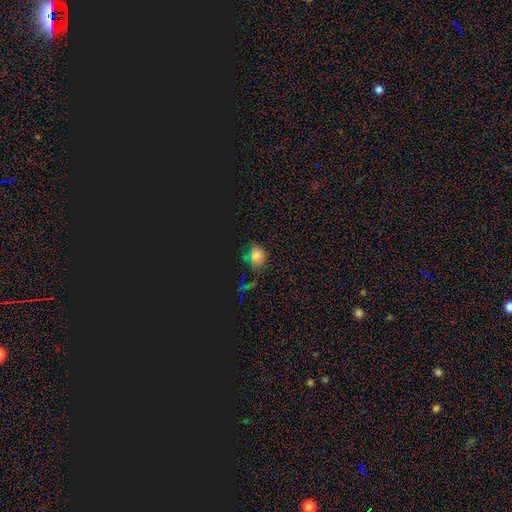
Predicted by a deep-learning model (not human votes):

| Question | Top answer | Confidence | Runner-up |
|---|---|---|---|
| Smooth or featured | smooth | 48% | star or artifact (44%) |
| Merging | none | 68% | minor disturbance (18%) |